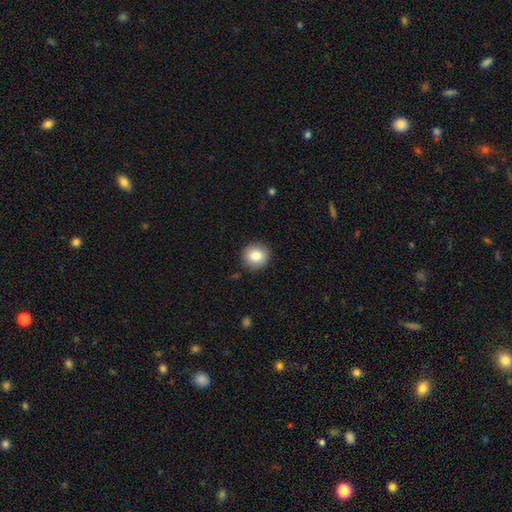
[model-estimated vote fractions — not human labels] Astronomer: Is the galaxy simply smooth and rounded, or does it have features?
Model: smooth — 85%.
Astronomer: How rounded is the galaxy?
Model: round — 91%.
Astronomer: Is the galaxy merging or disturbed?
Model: none — 89%.